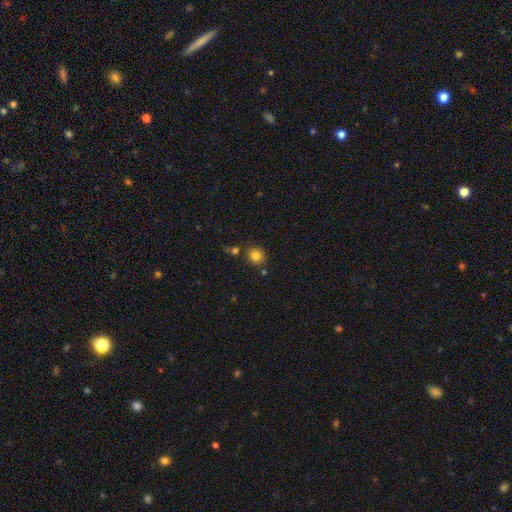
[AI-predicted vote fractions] Overall: smooth (82%). How rounded: round (79%). Merging: none (75%).